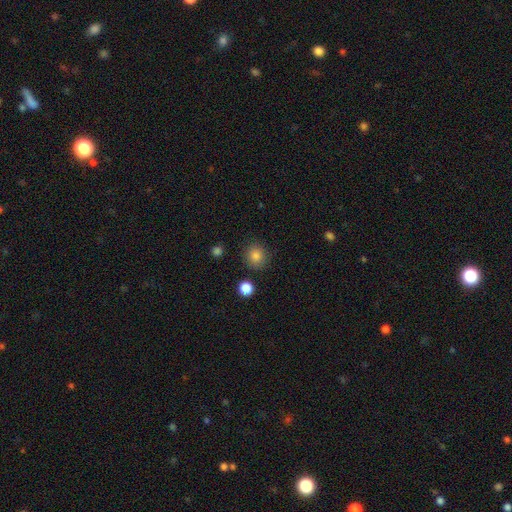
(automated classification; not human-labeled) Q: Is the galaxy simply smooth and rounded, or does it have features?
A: smooth — 84%.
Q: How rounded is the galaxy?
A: round — 90%.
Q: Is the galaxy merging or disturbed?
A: none — 89%.